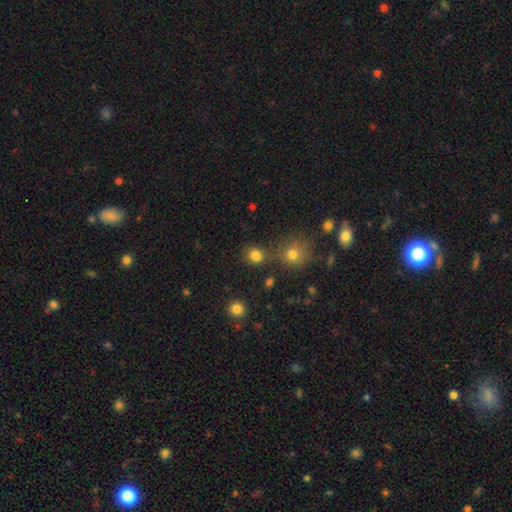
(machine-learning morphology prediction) smooth 81%, star or artifact 14%, featured or disk 5%. Down the decision tree: how rounded — round (82%); merging — none (73%).